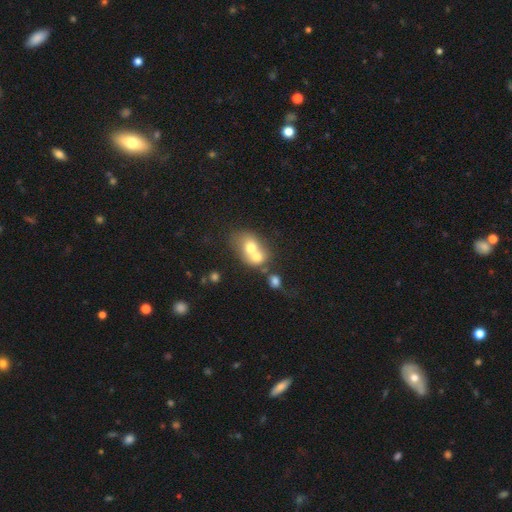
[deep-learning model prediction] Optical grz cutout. It shows a smooth galaxy with no disk features (62%) that is in between round and cigar-shaped (50%). Merging: merger (71%).